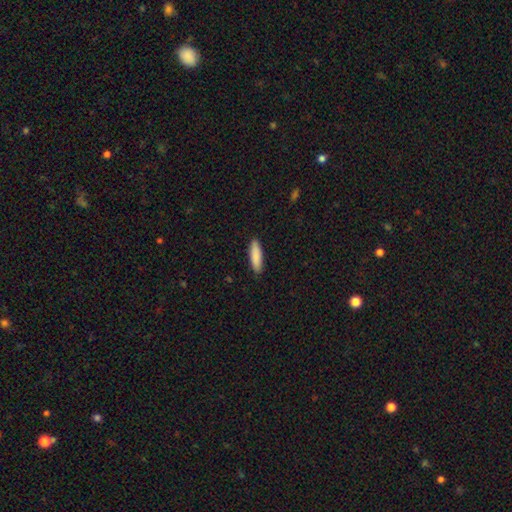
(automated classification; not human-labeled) Smooth or featured? Predicted: smooth (p=0.88). How rounded? Predicted: cigar-shaped (p=0.59). Merging? Predicted: none (p=0.89).